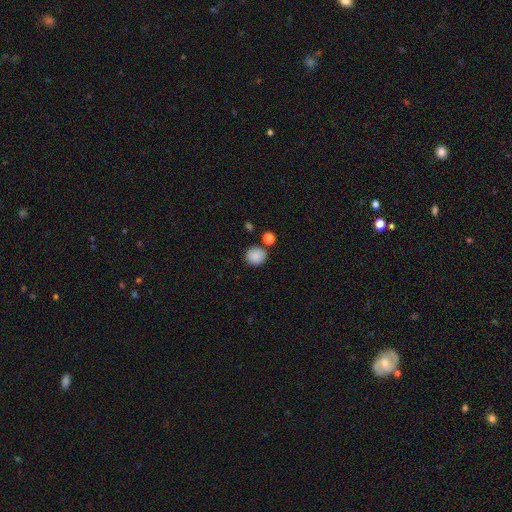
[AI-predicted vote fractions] This is clearly a smooth galaxy (86%). How rounded: clearly round (82%). Merging: likely none (79%).